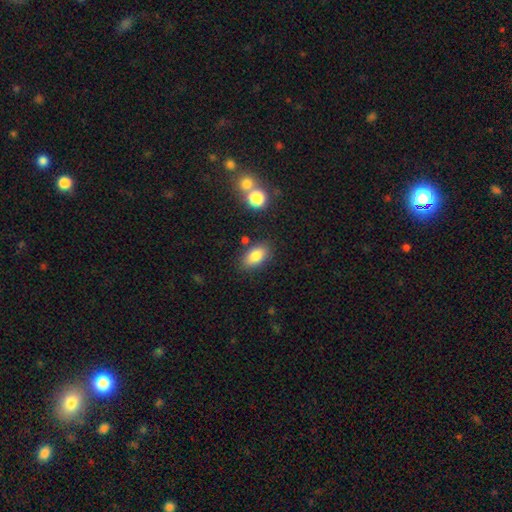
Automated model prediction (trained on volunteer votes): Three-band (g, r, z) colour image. It shows a smooth galaxy with no disk features (83%) that is in between round and cigar-shaped (90%). Merging: none (80%).